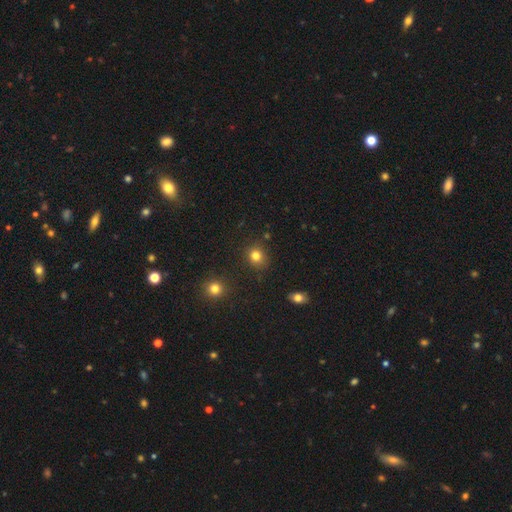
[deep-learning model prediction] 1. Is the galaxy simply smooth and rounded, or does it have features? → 81% smooth, 13% star or artifact, 6% featured or disk.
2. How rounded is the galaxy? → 78% round, 21% in between, 1% cigar-shaped.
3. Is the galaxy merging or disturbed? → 83% none, 11% minor disturbance, 3% major disturbance, 3% merger.